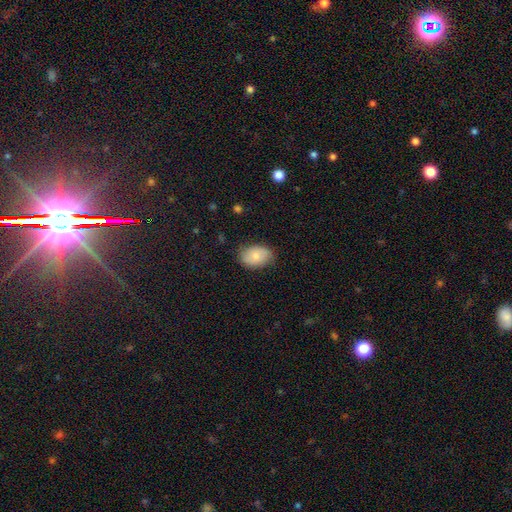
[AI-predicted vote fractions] A smooth galaxy with no disk features (78%) that is in between round and cigar-shaped (87%).

Vote fractions:
- Smooth or featured? smooth: 78% / featured or disk: 16% / star or artifact: 7%
- How rounded? in between: 87% / round: 12% / cigar-shaped: 1%
- Merging? none: 78% / minor disturbance: 18% / major disturbance: 4% / merger: 1%